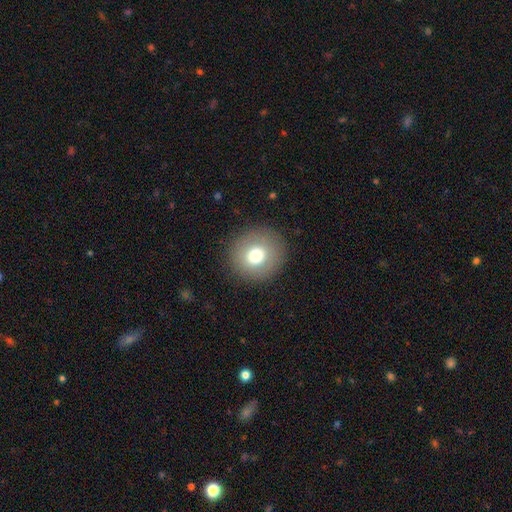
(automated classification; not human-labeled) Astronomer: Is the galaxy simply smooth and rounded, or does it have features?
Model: smooth — 73%.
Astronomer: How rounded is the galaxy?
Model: round — 92%.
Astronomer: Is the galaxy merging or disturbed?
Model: none — 89%.